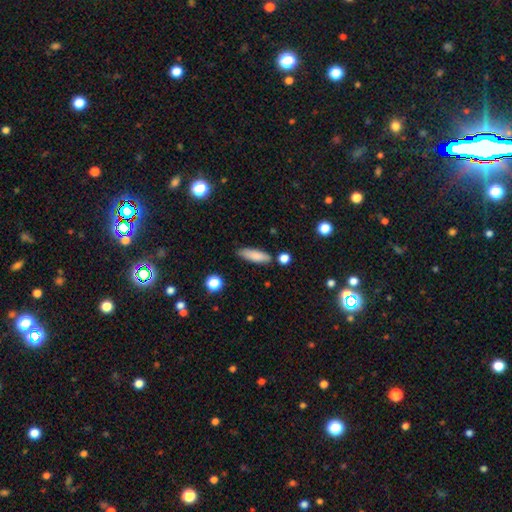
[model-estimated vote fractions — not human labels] Smooth or featured: smooth — 85% (featured or disk — 8%)
How rounded: cigar-shaped — 52% (in between — 46%)
Merging: none — 80% (minor disturbance — 13%)